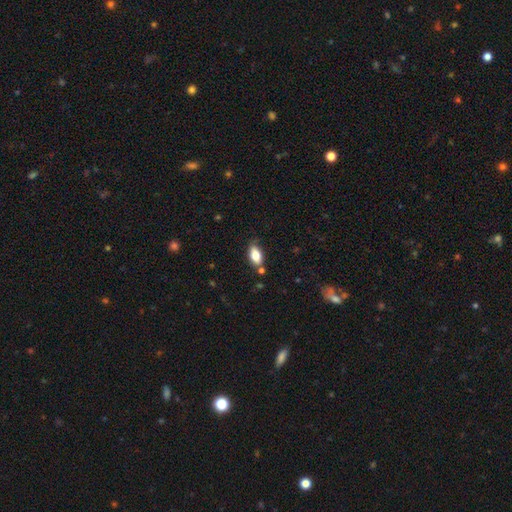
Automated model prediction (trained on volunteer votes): Smooth or featured? smooth (76%)
How rounded? in between (89%)
Merging? none (67%)